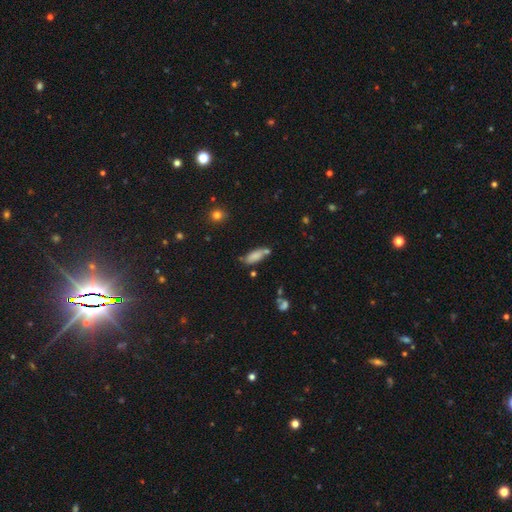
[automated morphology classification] This is clearly a smooth galaxy (81%). How rounded: likely in between (67%). Merging: likely none (61%).